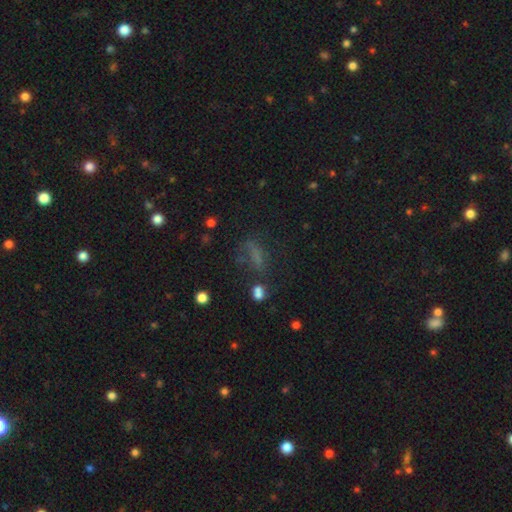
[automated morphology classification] Smooth or featured? Predicted: smooth (p=0.48). Merging? Predicted: none (p=0.49).